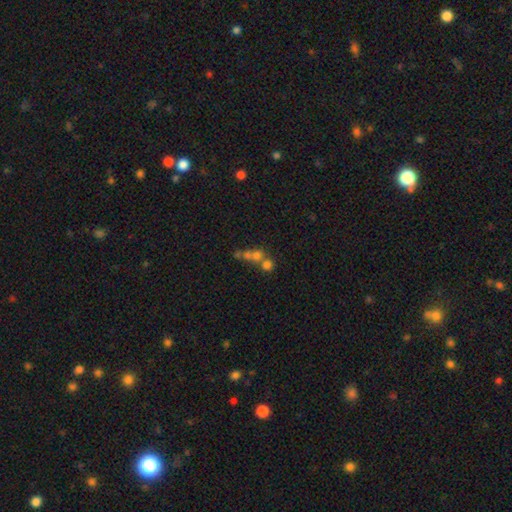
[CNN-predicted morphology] Smooth or featured? smooth (53%)
How rounded? round (75%)
Merging? merger (53%)